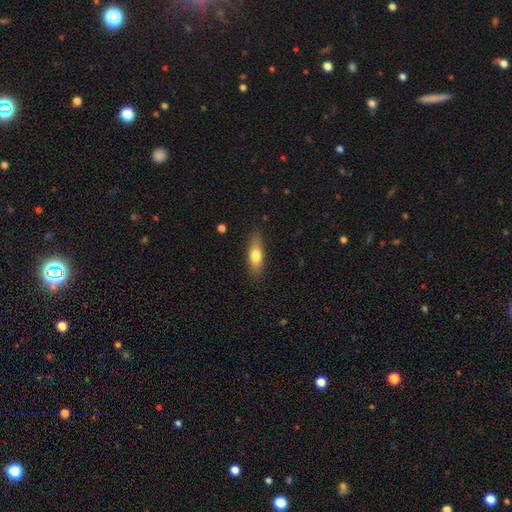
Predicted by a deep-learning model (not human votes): A smooth galaxy with no disk features (70%) that is in between round and cigar-shaped (54%).

Vote fractions:
- Smooth or featured? smooth: 70% / featured or disk: 24% / star or artifact: 6%
- How rounded? in between: 54% / cigar-shaped: 43% / round: 3%
- Merging? none: 84% / minor disturbance: 12% / major disturbance: 3% / merger: 1%